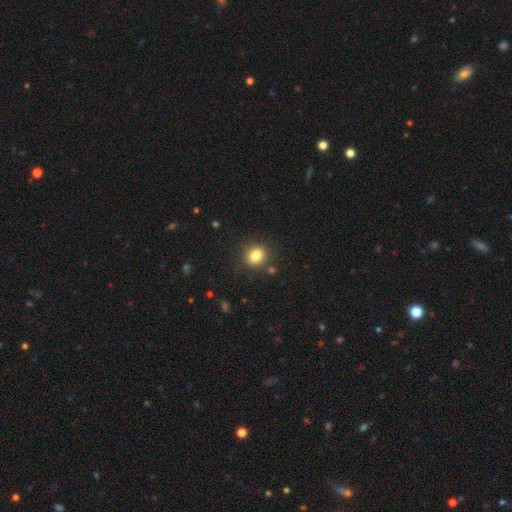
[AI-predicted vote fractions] The model was most divided on "how rounded": round: 84%, in between: 15%, cigar-shaped: 1%. More confident: merging — none (86%); smooth or featured — smooth (82%).